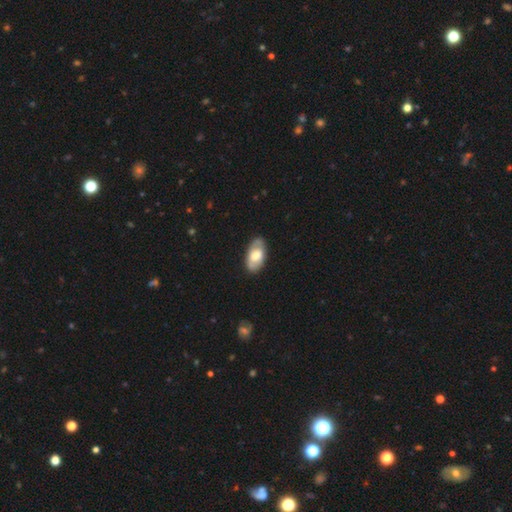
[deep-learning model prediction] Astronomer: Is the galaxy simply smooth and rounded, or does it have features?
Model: smooth — 52% (runner-up: featured or disk, 42%).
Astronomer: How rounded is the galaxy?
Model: in between — 93%.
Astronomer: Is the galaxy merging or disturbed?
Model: none — 78%.